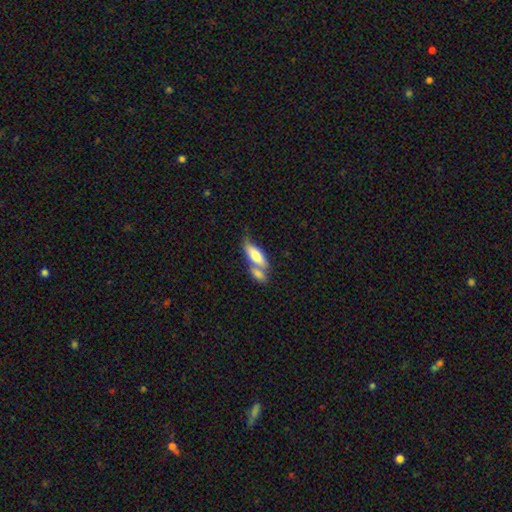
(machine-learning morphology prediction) Q: Smooth or featured?
A: smooth (72%); runner-up: featured or disk (22%)
Q: How rounded?
A: in between (68%); runner-up: cigar-shaped (29%)
Q: Merging?
A: merger (55%); runner-up: none (29%)